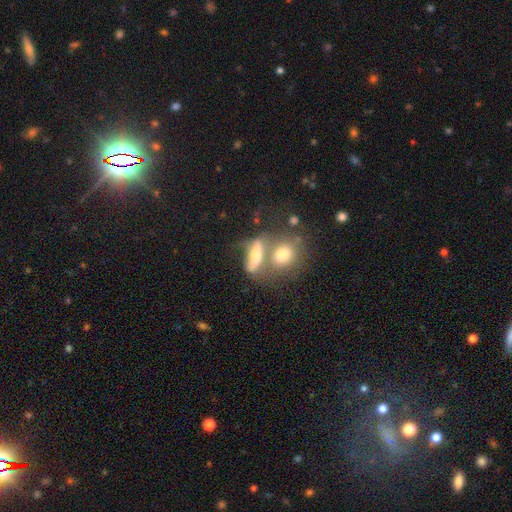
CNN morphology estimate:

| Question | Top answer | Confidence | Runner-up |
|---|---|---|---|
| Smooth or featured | smooth | 51% | featured or disk (39%) |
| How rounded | in between | 49% | cigar-shaped (35%) |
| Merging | merger | 44% | none (34%) |